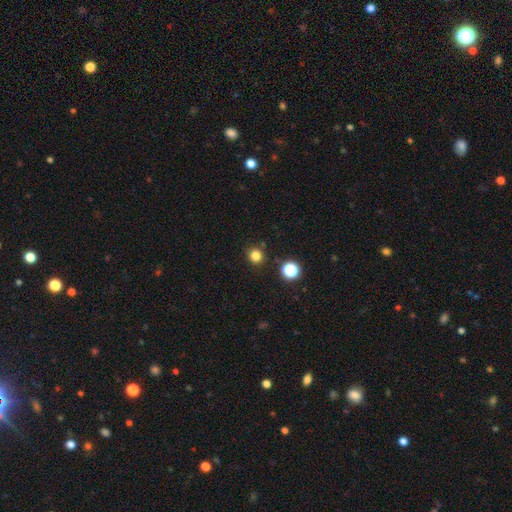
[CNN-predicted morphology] smooth 81%, star or artifact 15%, featured or disk 4%. Down the decision tree: how rounded — round (92%); merging — none (89%).